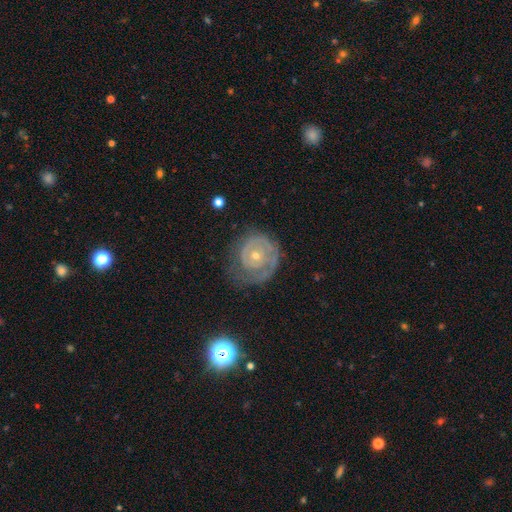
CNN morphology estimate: Q: Smooth or featured?
A: featured or disk (84%); runner-up: smooth (10%)
Q: Edge-on disk?
A: no (98%); runner-up: yes (2%)
Q: Bar?
A: no (78%); runner-up: weak (18%)
Q: Spiral arms?
A: yes (92%); runner-up: no (8%)
Q: Spiral winding?
A: tight (76%); runner-up: medium (19%)
Q: Spiral arm count?
A: 2 (44%); runner-up: can't tell (21%)
Q: Bulge size?
A: small (65%); runner-up: moderate (31%)
Q: Merging?
A: none (68%); runner-up: minor disturbance (20%)